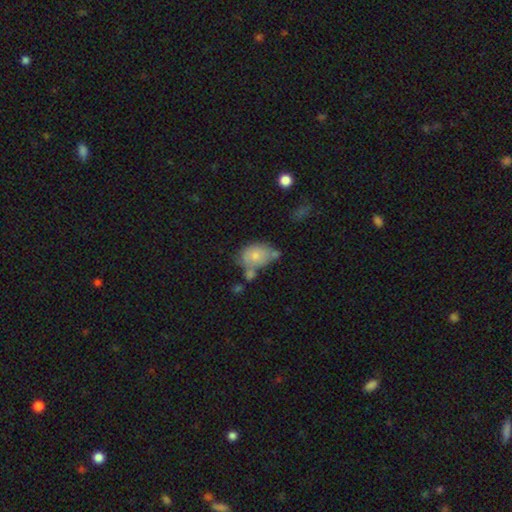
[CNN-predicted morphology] A smooth galaxy with no disk features (71%) that is in between round and cigar-shaped (74%). Merging: none (36%).